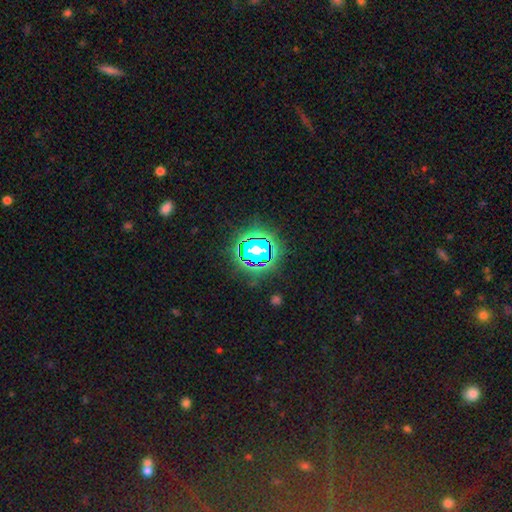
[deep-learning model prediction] Smooth or featured?
  - star or artifact: 79% *
  - smooth: 14%
  - featured or disk: 7%